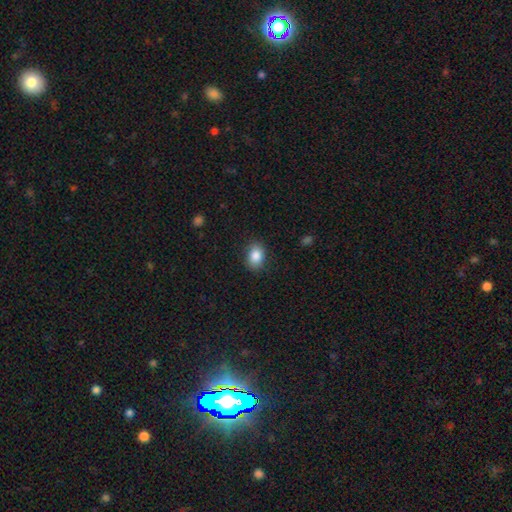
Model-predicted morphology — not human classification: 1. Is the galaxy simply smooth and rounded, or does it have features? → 87% smooth, 8% star or artifact, 5% featured or disk.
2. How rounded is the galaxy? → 74% in between, 25% round, 1% cigar-shaped.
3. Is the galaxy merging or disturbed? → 86% none, 11% minor disturbance, 3% major disturbance, 1% merger.